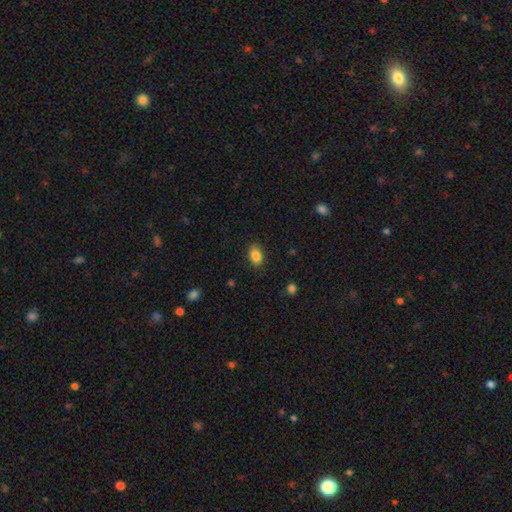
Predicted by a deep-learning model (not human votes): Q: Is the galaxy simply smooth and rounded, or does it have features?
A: smooth — 86%.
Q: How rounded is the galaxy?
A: in between — 84%.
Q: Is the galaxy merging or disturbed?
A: none — 86%.